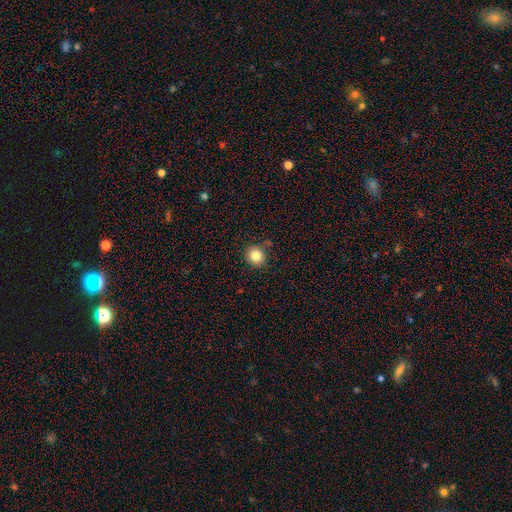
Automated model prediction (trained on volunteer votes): This is clearly a smooth galaxy (83%). How rounded: clearly round (87%). Merging: clearly none (83%).